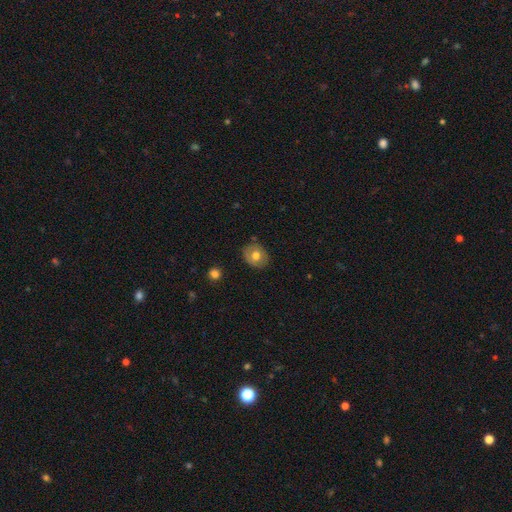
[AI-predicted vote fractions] Smooth or featured? smooth (66%)
How rounded? round (65%)
Merging? none (83%)